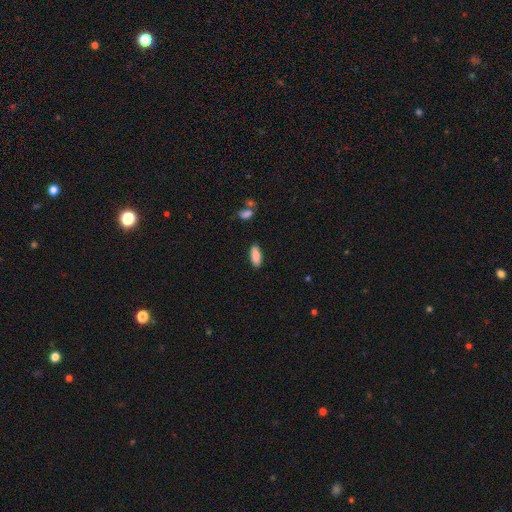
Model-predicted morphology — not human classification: smooth-or-featured: smooth: 84% | featured or disk: 9% | star or artifact: 7%
  how-rounded: in between: 76% | cigar-shaped: 22% | round: 2%
  merging: none: 86% | minor disturbance: 10% | major disturbance: 2% | merger: 2%